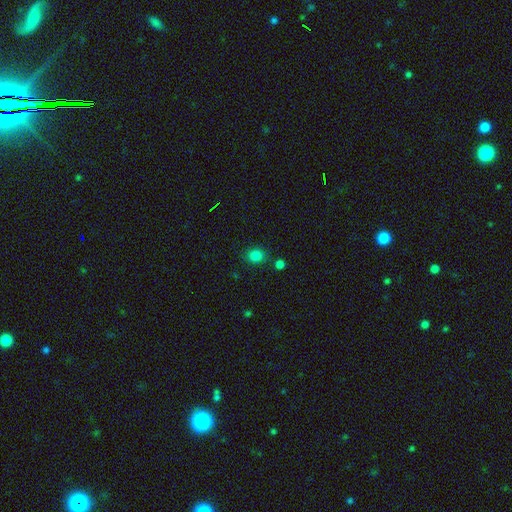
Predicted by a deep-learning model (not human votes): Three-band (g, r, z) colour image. It shows a smooth galaxy with no disk features (82%) that is round (77%). Merging: none (83%).